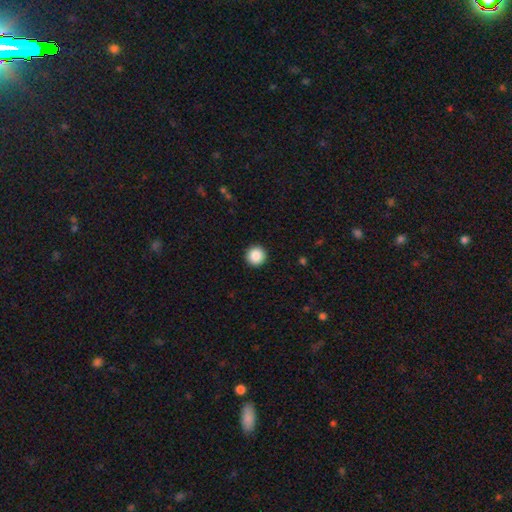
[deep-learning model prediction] A smooth galaxy with no disk features (88%) that is round (96%). Merging: none (93%).